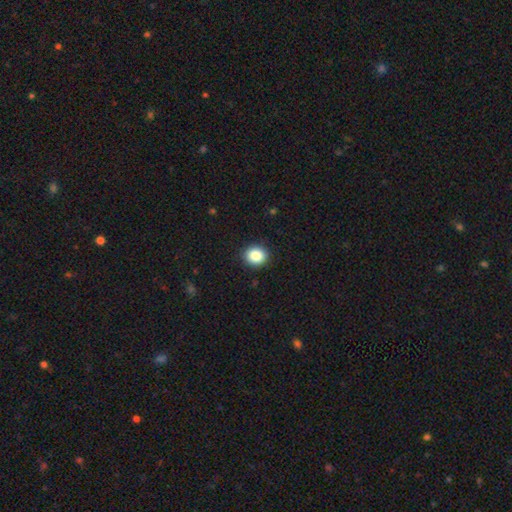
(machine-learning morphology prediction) A smooth galaxy with no disk features (87%) that is round (78%).

Vote fractions:
- Smooth or featured? smooth: 87% / star or artifact: 9% / featured or disk: 4%
- How rounded? round: 78% / in between: 22% / cigar-shaped: 1%
- Merging? none: 91% / minor disturbance: 6% / major disturbance: 2% / merger: 1%